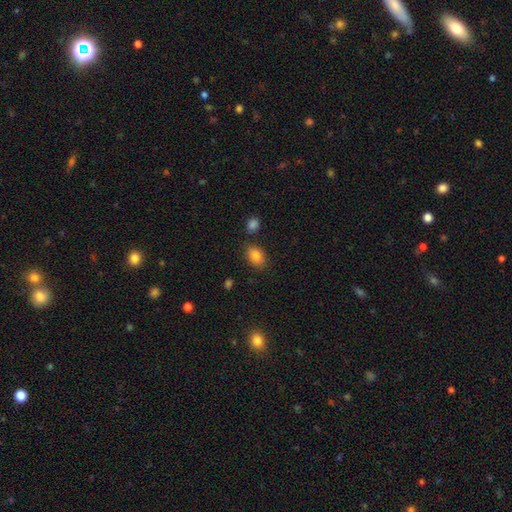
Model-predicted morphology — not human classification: Smooth or featured: smooth — 84% (star or artifact — 9%)
How rounded: in between — 85% (round — 14%)
Merging: none — 79% (minor disturbance — 13%)